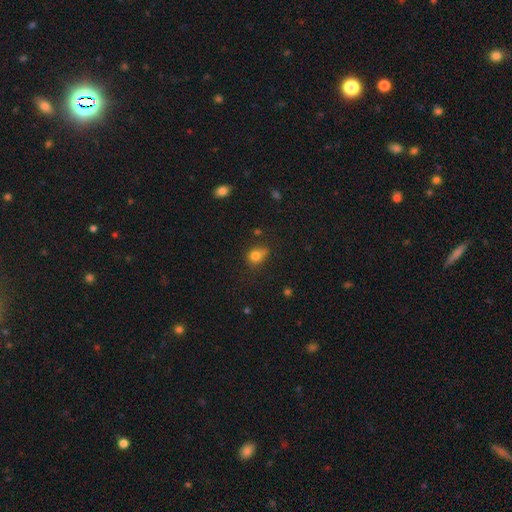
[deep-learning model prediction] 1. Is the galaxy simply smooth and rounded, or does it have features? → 78% smooth, 13% star or artifact, 9% featured or disk.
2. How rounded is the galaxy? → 58% round, 41% in between, 2% cigar-shaped.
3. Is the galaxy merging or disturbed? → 46% none, 33% minor disturbance, 14% major disturbance, 7% merger.